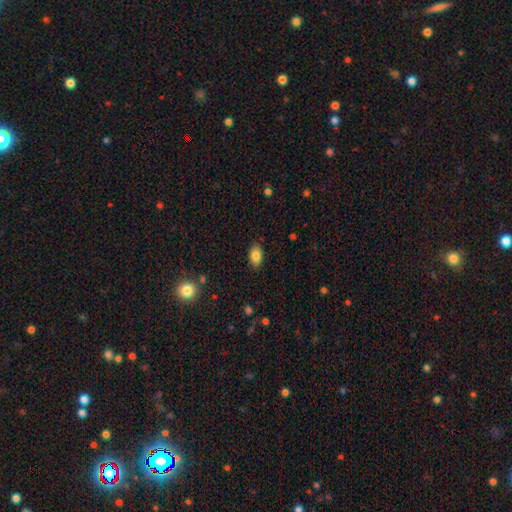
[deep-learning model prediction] smooth_or_featured: smooth (p=0.83) [alt: featured or disk p=0.09]
how_rounded: in between (p=0.90) [alt: round p=0.07]
merging: none (p=0.87) [alt: minor disturbance p=0.10]